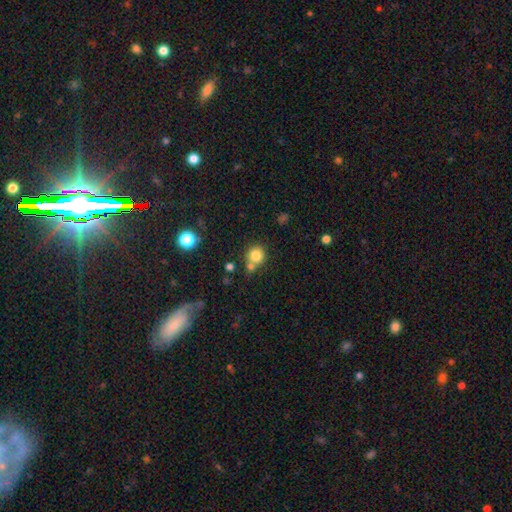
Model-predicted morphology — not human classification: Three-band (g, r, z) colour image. It shows a smooth galaxy with no disk features (81%) that is round (89%). Merging: none (61%).